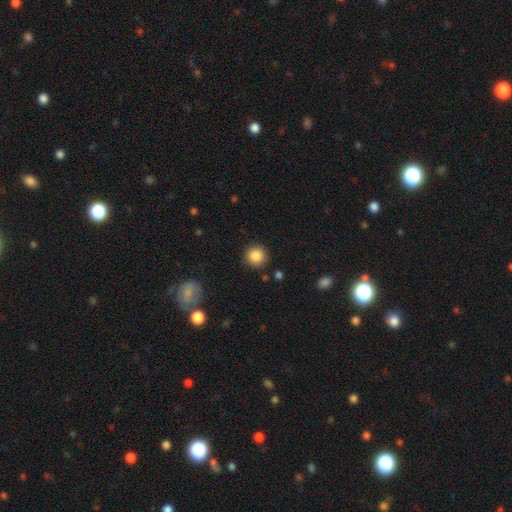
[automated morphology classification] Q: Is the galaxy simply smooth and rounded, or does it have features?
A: smooth — 87%.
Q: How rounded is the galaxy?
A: round — 93%.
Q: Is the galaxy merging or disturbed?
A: none — 89%.